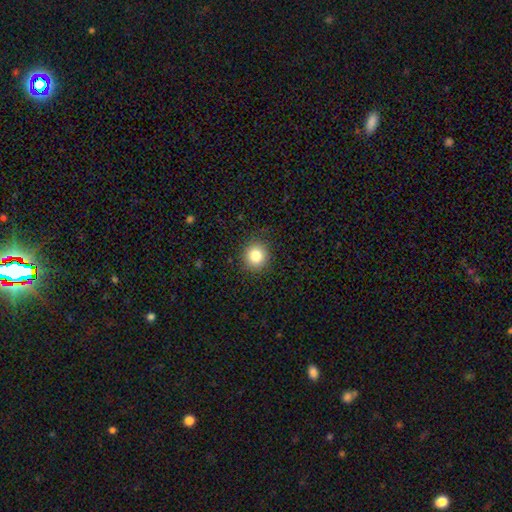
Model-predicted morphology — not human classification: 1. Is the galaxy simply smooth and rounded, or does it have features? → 82% smooth, 11% star or artifact, 7% featured or disk.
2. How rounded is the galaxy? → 91% round, 8% in between, 1% cigar-shaped.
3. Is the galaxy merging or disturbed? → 89% none, 7% minor disturbance, 2% major disturbance, 1% merger.